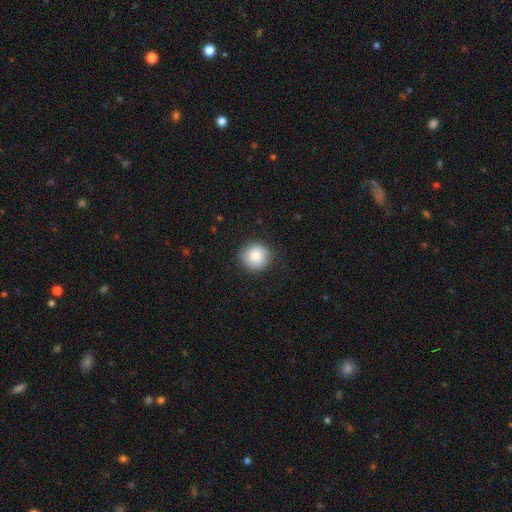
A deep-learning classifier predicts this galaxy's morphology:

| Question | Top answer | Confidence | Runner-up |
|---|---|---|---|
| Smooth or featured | smooth | 86% | star or artifact (8%) |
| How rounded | round | 92% | in between (7%) |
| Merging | none | 86% | minor disturbance (10%) |